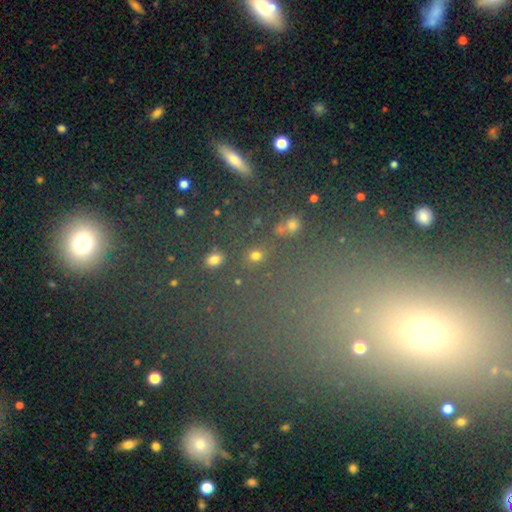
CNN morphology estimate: smooth 66%, star or artifact 27%, featured or disk 7%. Down the decision tree: how rounded — round (74%); merging — none (77%).